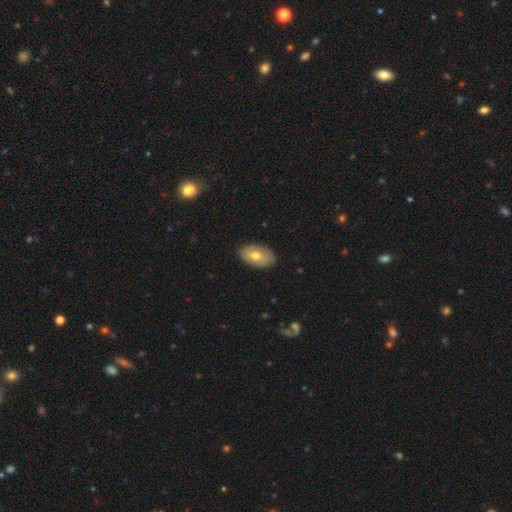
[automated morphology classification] This appears to be a smooth galaxy with no disk features (64%) that is in between round and cigar-shaped (92%). Merging: none (85%).